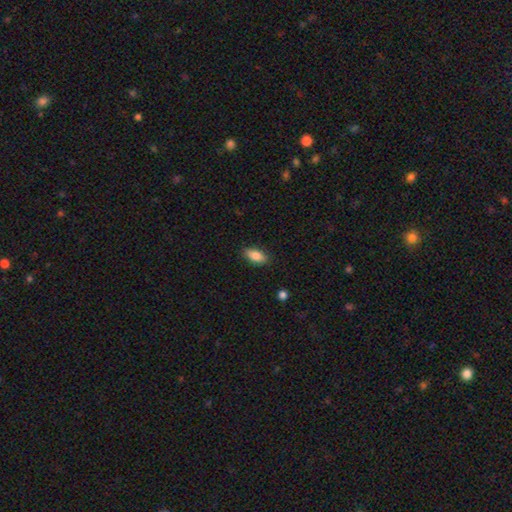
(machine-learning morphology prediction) This is clearly a smooth galaxy (84%). How rounded: clearly in between (88%). Merging: clearly none (86%).